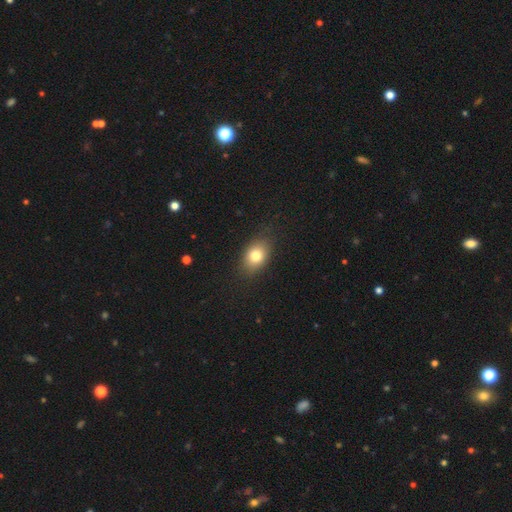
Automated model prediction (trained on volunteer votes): smooth_or_featured: smooth (p=0.79) [alt: featured or disk p=0.11]
how_rounded: in between (p=0.76) [alt: round p=0.23]
merging: none (p=0.84) [alt: minor disturbance p=0.12]